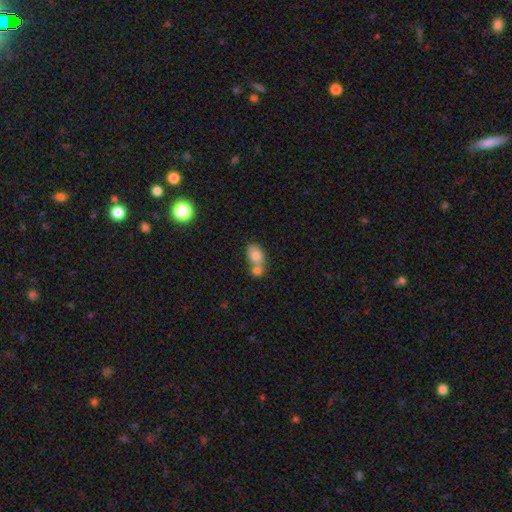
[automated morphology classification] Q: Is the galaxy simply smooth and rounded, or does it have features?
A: smooth — 81%.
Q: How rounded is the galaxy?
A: in between — 78%.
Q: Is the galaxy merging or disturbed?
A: merger — 56%.